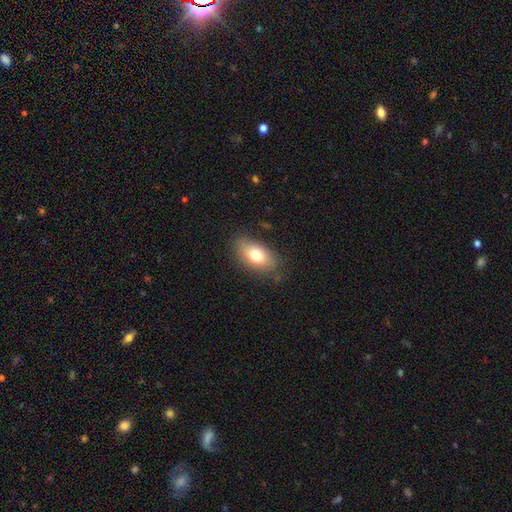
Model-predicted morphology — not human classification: smooth_or_featured: smooth (p=0.76) [alt: featured or disk p=0.16]
how_rounded: in between (p=0.90) [alt: round p=0.07]
merging: none (p=0.79) [alt: minor disturbance p=0.16]